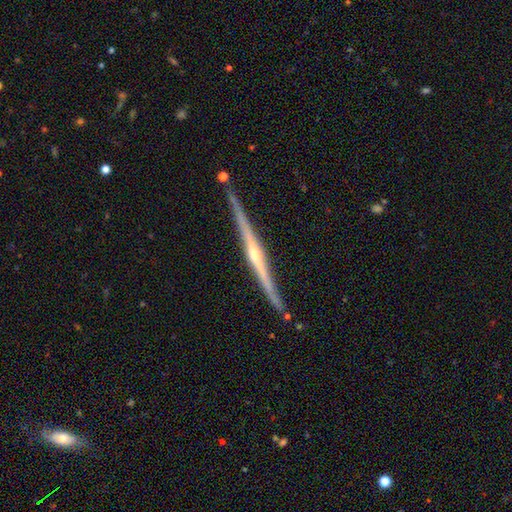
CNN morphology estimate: smooth_or_featured: featured or disk (p=0.84) [alt: smooth p=0.11]
disk_edge_on: yes (p=0.99) [alt: no p=0.01]
edge_on_bulge: rounded (p=0.70) [alt: none p=0.23]
merging: none (p=0.87) [alt: minor disturbance p=0.10]